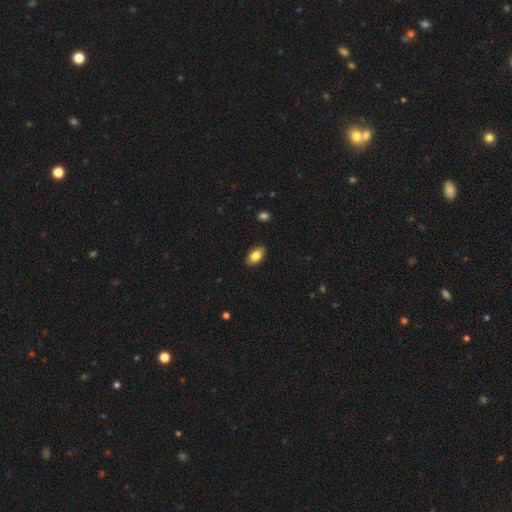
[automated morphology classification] The model was most divided on "smooth or featured": smooth: 84%, featured or disk: 9%, star or artifact: 7%. More confident: how rounded — in between (92%); merging — none (88%).